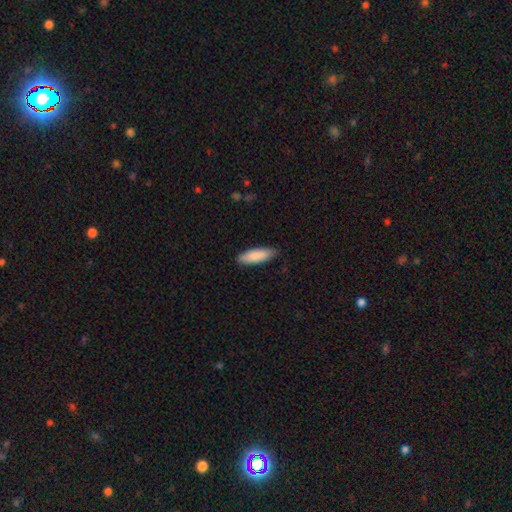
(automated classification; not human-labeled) smooth_or_featured: smooth (p=0.88) [alt: featured or disk p=0.07]
how_rounded: in between (p=0.51) [alt: cigar-shaped p=0.48]
merging: none (p=0.86) [alt: minor disturbance p=0.11]